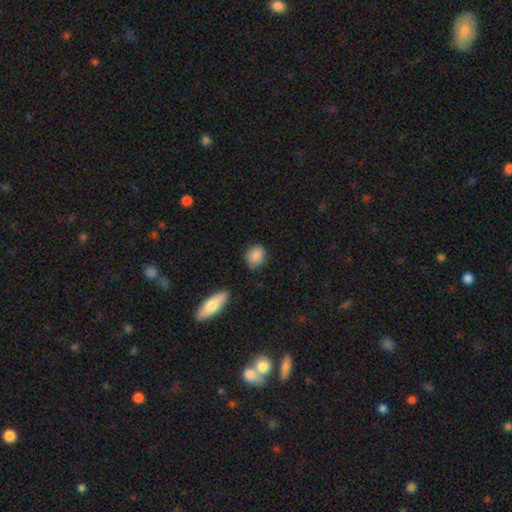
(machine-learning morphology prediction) Smooth or featured? smooth (87%)
How rounded? round (53%)
Merging? none (77%)